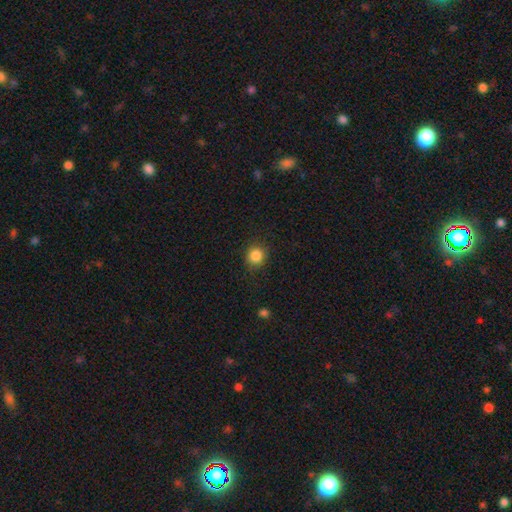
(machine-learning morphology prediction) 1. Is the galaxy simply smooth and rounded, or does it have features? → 85% smooth, 10% star or artifact, 4% featured or disk.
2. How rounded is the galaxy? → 87% round, 12% in between, 1% cigar-shaped.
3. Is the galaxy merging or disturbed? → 88% none, 9% minor disturbance, 3% major disturbance, 1% merger.